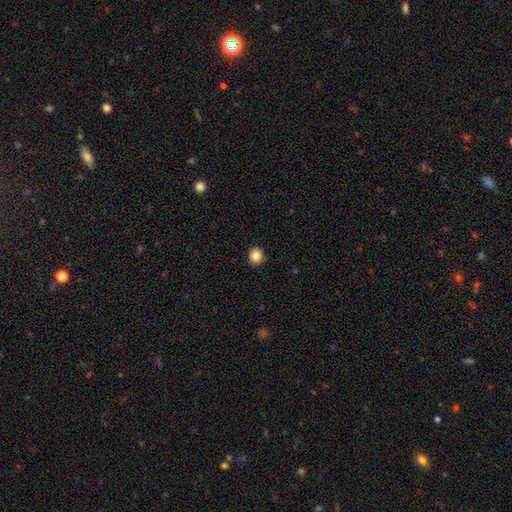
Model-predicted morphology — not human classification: Smooth or featured: smooth — 85% (star or artifact — 10%)
How rounded: round — 84% (in between — 16%)
Merging: none — 88% (minor disturbance — 9%)